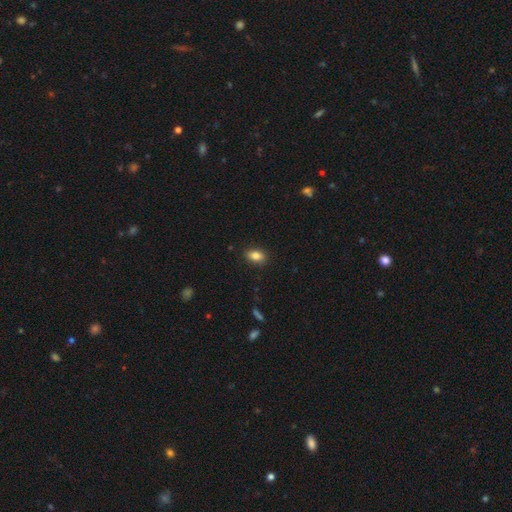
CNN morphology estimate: type=smooth (84%); roundness=in between (83%); merging=none (88%).